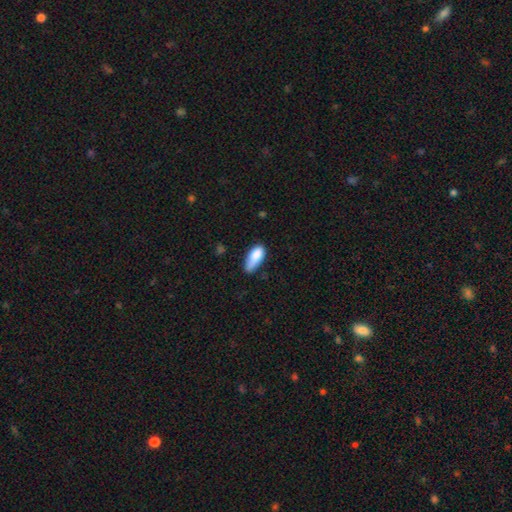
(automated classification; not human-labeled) smooth_or_featured: smooth (p=0.83) [alt: featured or disk p=0.10]
how_rounded: in between (p=0.81) [alt: cigar-shaped p=0.17]
merging: none (p=0.44) [alt: minor disturbance p=0.40]